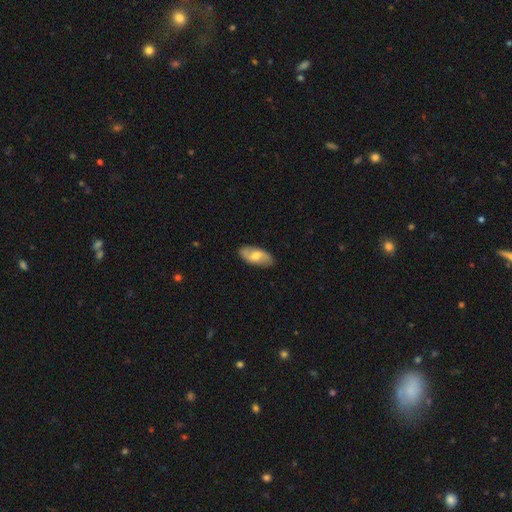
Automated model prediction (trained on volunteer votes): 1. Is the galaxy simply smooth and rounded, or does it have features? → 48% smooth, 46% featured or disk, 6% star or artifact.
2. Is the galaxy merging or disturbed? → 86% none, 11% minor disturbance, 2% major disturbance, 1% merger.